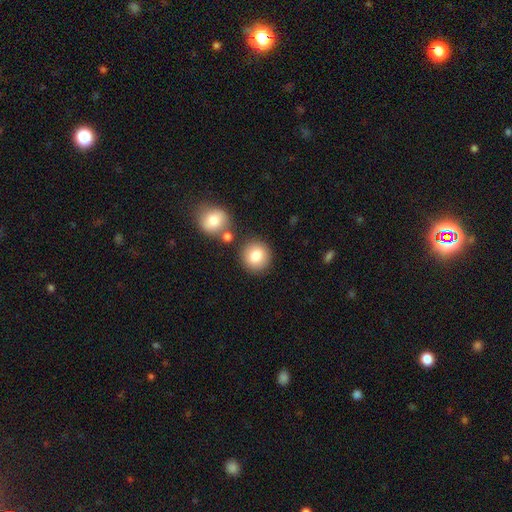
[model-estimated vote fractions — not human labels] Smooth or featured? smooth (82%)
How rounded? round (91%)
Merging? none (81%)